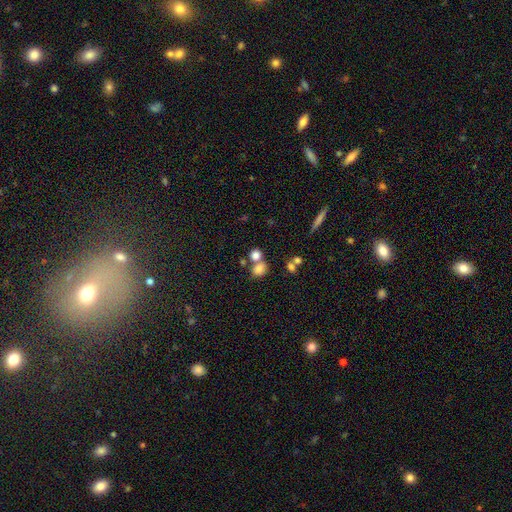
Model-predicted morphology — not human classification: The model was most divided on "merging": none: 47%, merger: 41%, minor disturbance: 8%, major disturbance: 4%. More confident: smooth or featured — smooth (79%); how rounded — round (68%).